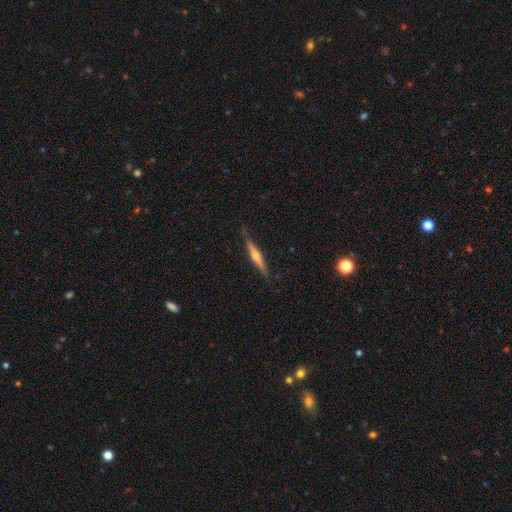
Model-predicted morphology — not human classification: Smooth or featured? Predicted: featured or disk (p=0.72). Edge-on disk? Predicted: yes (p=0.98). Edge-on bulge? Predicted: rounded (p=0.87). Merging? Predicted: none (p=0.86).